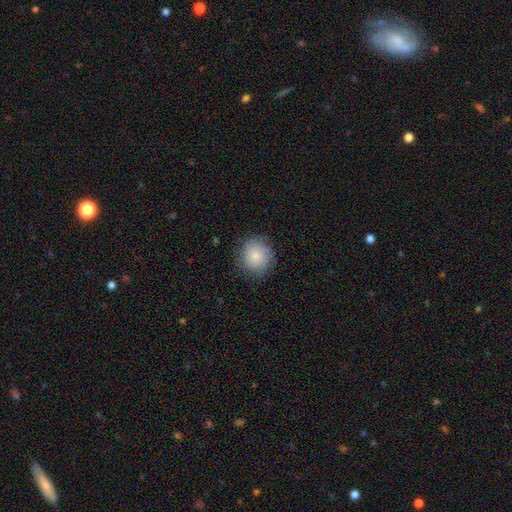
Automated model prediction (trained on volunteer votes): Smooth or featured? Predicted: smooth (p=0.82). How rounded? Predicted: round (p=0.91). Merging? Predicted: none (p=0.84).